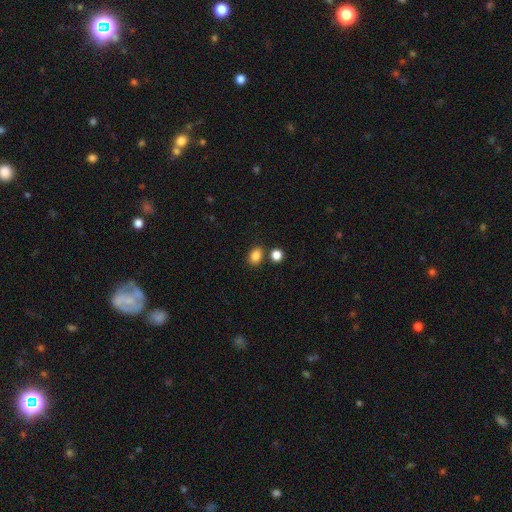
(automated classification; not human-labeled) A smooth galaxy with no disk features (85%) that is in between round and cigar-shaped (68%). Merging: none (76%).